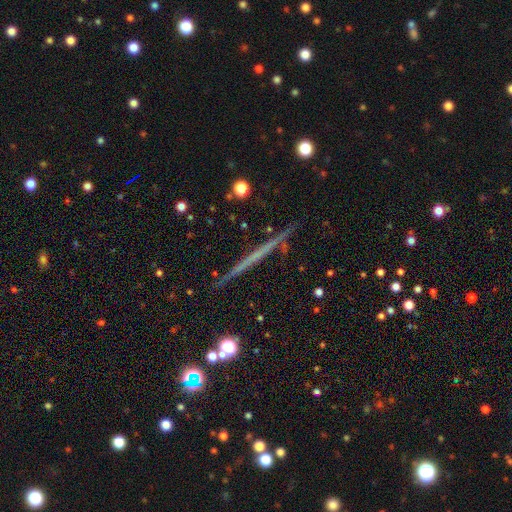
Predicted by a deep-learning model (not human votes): This is possibly a featured or disk galaxy (59%). It is clearly viewed edge-on (97%). Edge-on bulge: clearly none (90%). Merging: clearly none (89%).